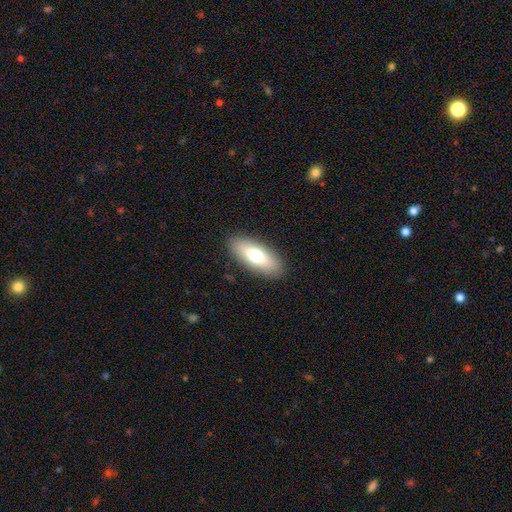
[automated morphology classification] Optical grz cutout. It shows a smooth galaxy with no disk features (72%) that is in between round and cigar-shaped (76%). Merging: none (89%).